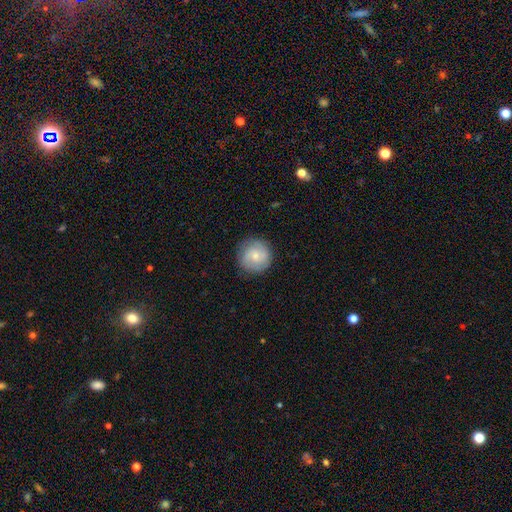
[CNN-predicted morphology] This is possibly a smooth galaxy (48%). Merging: clearly none (86%).